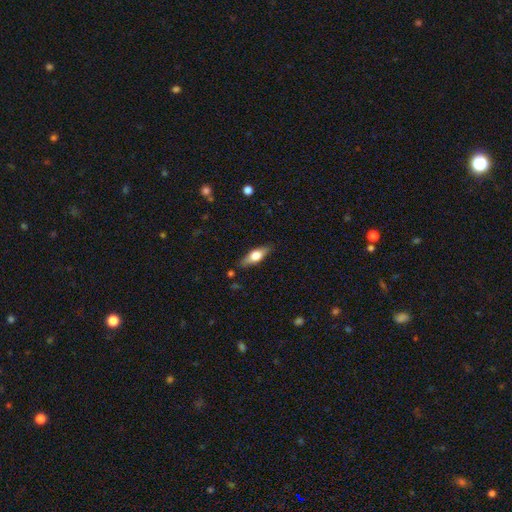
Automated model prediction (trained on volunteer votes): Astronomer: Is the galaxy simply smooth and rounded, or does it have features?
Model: smooth — 58% (runner-up: featured or disk, 36%).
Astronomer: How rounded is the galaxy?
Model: in between — 66%.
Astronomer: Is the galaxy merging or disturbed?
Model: none — 82%.